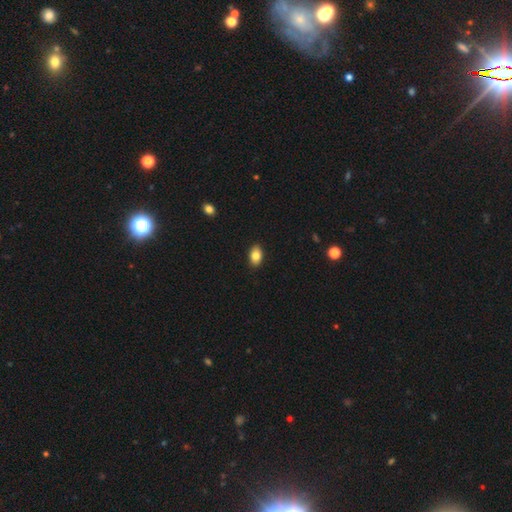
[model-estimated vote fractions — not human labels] This appears to be a smooth galaxy with no disk features (83%) that is in between round and cigar-shaped (88%). Merging: none (89%).